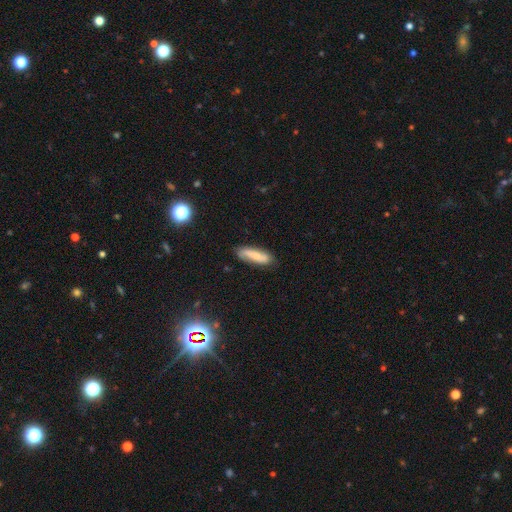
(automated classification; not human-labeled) The model was most divided on "how rounded": cigar-shaped: 52%, in between: 46%, round: 2%. More confident: merging — none (77%); smooth or featured — smooth (56%).